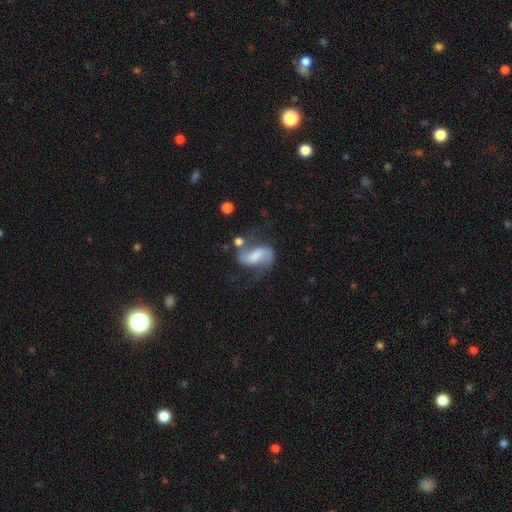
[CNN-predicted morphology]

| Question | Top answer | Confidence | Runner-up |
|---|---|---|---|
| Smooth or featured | featured or disk | 77% | smooth (16%) |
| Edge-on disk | no | 97% | yes (3%) |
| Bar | weak | 41% | strong (34%) |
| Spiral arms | yes | 95% | no (5%) |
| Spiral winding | loose | 54% | medium (38%) |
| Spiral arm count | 2 | 91% | can't tell (3%) |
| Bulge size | small | 31% | tied: moderate (31%) |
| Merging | none | 54% | minor disturbance (19%) |